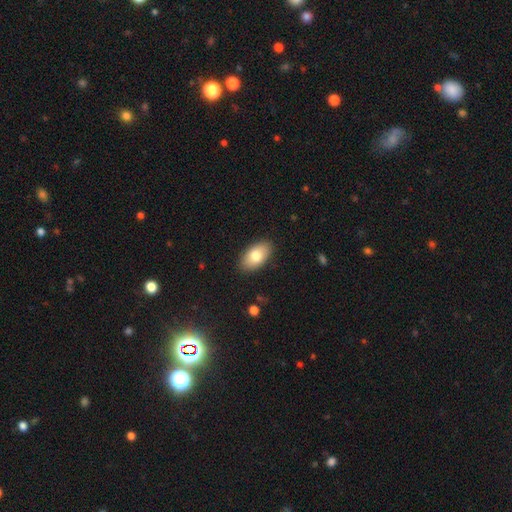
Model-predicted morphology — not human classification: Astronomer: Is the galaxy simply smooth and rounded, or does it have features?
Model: smooth — 78%.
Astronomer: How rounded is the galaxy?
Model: in between — 94%.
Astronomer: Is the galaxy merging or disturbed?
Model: none — 87%.